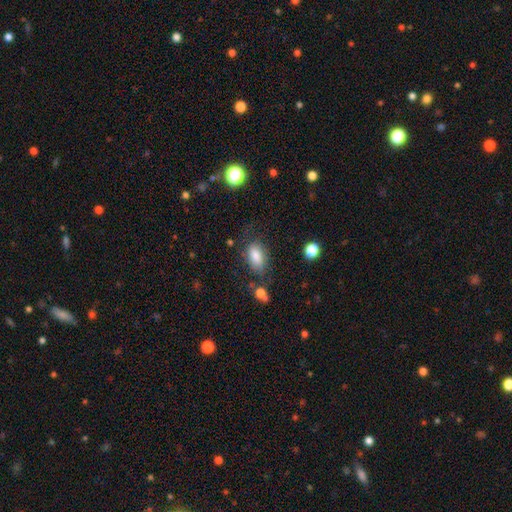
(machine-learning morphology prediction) A smooth galaxy with no disk features (82%) that is in between round and cigar-shaped (90%). Merging: none (67%).